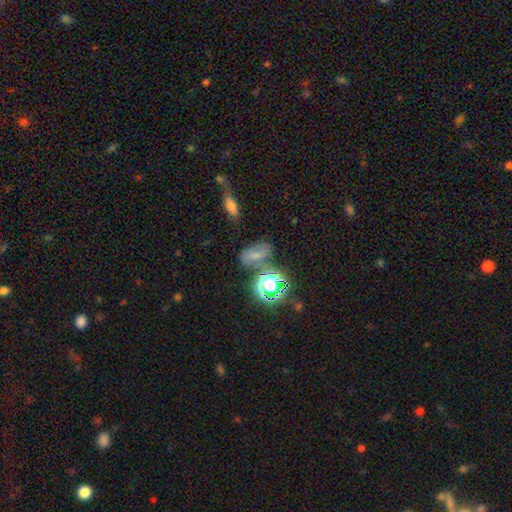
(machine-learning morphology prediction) smooth_or_featured: smooth (p=0.48) [alt: star or artifact p=0.32]
merging: none (p=0.59) [alt: minor disturbance p=0.19]